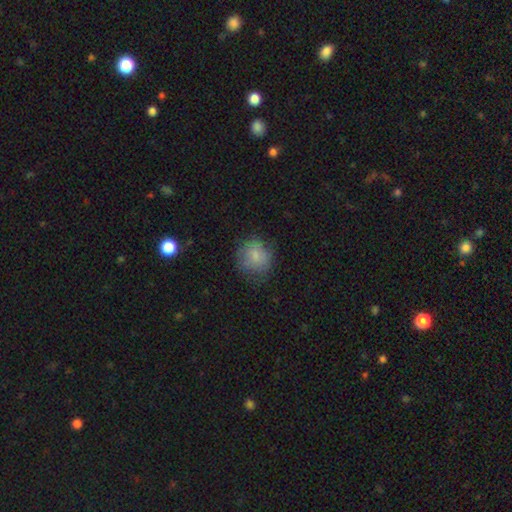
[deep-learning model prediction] Smooth or featured? Predicted: smooth (p=0.74). How rounded? Predicted: round (p=0.80). Merging? Predicted: none (p=0.66).